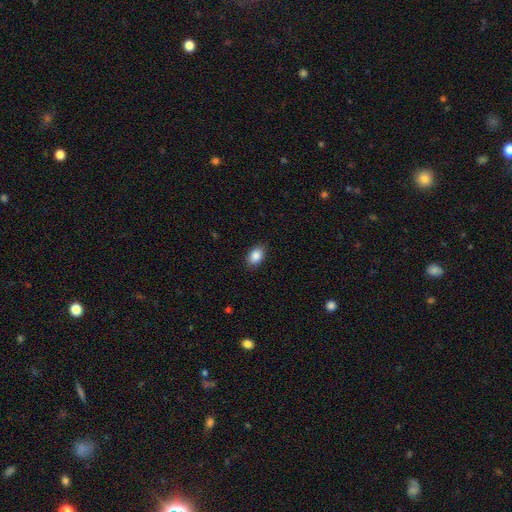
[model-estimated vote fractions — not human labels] Q: Smooth or featured?
A: smooth (88%); runner-up: star or artifact (8%)
Q: How rounded?
A: in between (83%); runner-up: round (16%)
Q: Merging?
A: none (86%); runner-up: minor disturbance (10%)